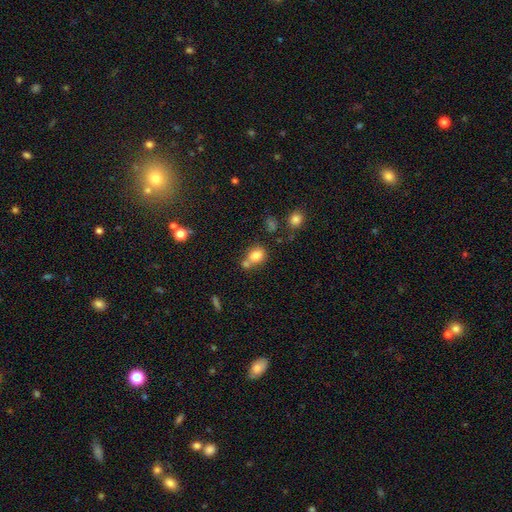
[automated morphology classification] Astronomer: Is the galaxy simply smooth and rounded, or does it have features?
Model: smooth — 79%.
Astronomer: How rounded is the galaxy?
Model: round — 52% (runner-up: in between, 46%).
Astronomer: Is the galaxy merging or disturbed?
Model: none — 43% (runner-up: merger, 40%).